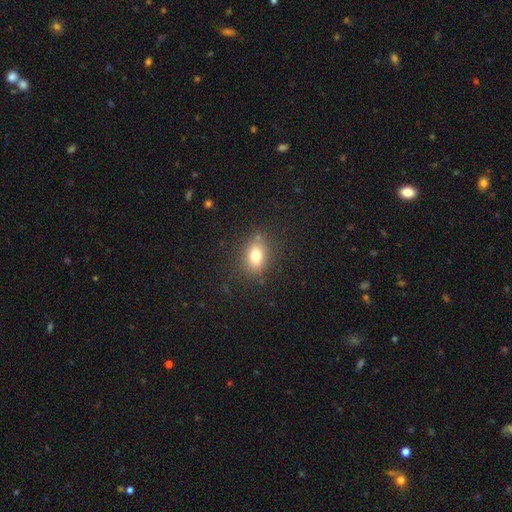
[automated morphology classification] A smooth galaxy with no disk features (76%) that is in between round and cigar-shaped (60%).

Vote fractions:
- Smooth or featured? smooth: 76% / star or artifact: 13% / featured or disk: 11%
- How rounded? in between: 60% / round: 38% / cigar-shaped: 2%
- Merging? none: 82% / minor disturbance: 12% / major disturbance: 4% / merger: 2%